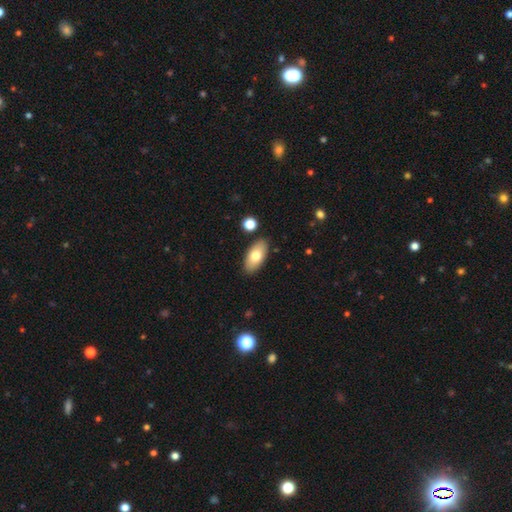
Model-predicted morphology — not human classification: Overall: smooth (74%). How rounded: in between (92%). Merging: none (86%).